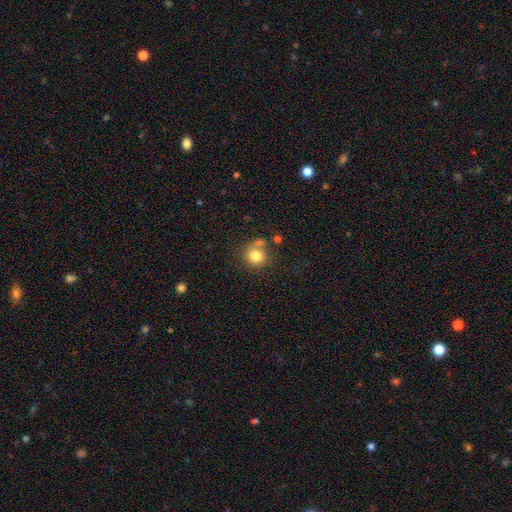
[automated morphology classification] type=smooth (80%); roundness=round (87%); merging=none (57%).